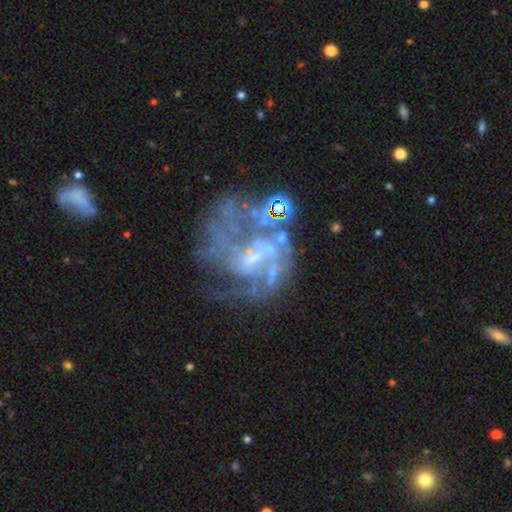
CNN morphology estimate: type=featured or disk (76%); edge-on=no (98%); bar=no (61%); spiral arms=yes (56%); bulge=none (45%); merging=major disturbance (37%).